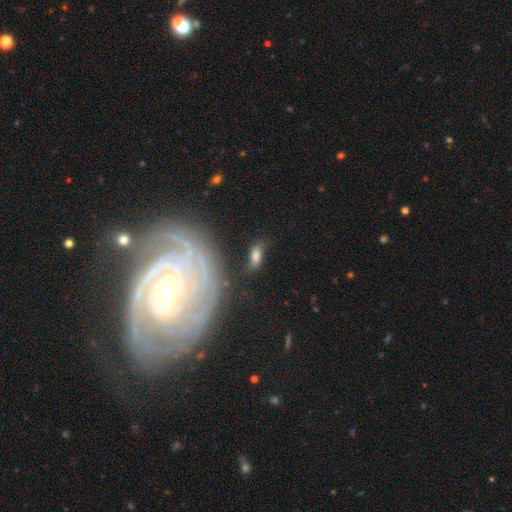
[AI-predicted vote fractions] This appears to be a smooth galaxy with no disk features (62%) that is in between round and cigar-shaped (82%). Merging: none (61%).